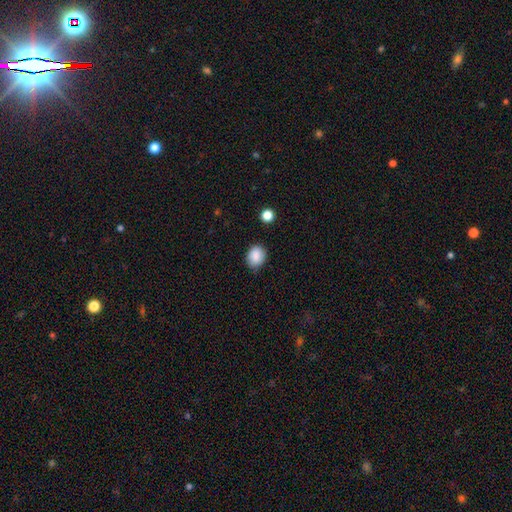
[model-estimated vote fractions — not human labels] Smooth or featured? Predicted: smooth (p=0.88). How rounded? Predicted: round (p=0.53). Merging? Predicted: none (p=0.80).